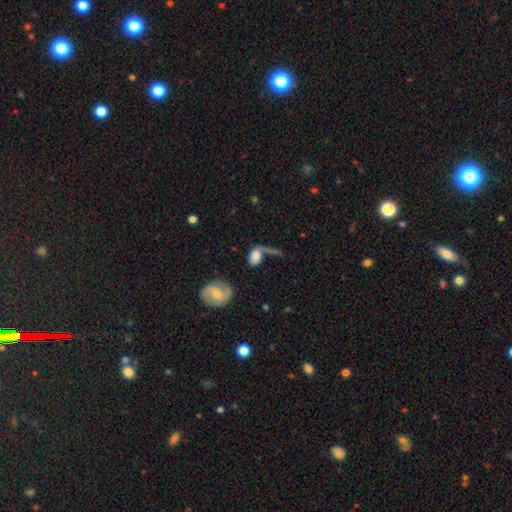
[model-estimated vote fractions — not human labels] The model was most divided on "merging" (2-way tie): none: 30%, major disturbance: 30%, merger: 23%, minor disturbance: 17%. More confident: how rounded — in between (81%); smooth or featured — smooth (65%).